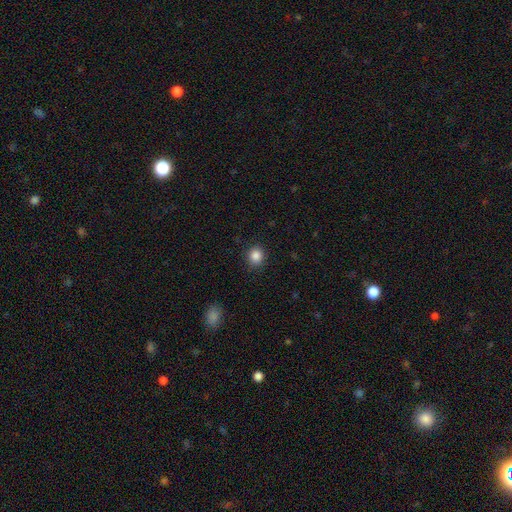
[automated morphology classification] This is clearly a smooth galaxy (86%). How rounded: clearly round (83%). Merging: clearly none (89%).